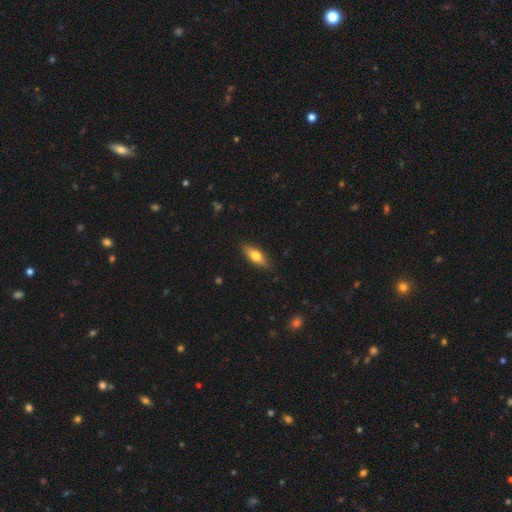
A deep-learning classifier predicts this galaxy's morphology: Smooth or featured? smooth (65%)
How rounded? in between (62%)
Merging? none (87%)